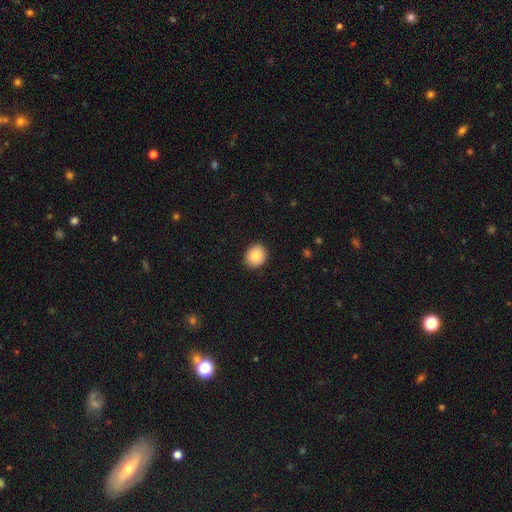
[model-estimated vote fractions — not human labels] smooth_or_featured: smooth (p=0.88) [alt: star or artifact p=0.08]
how_rounded: round (p=0.65) [alt: in between p=0.34]
merging: none (p=0.90) [alt: minor disturbance p=0.07]